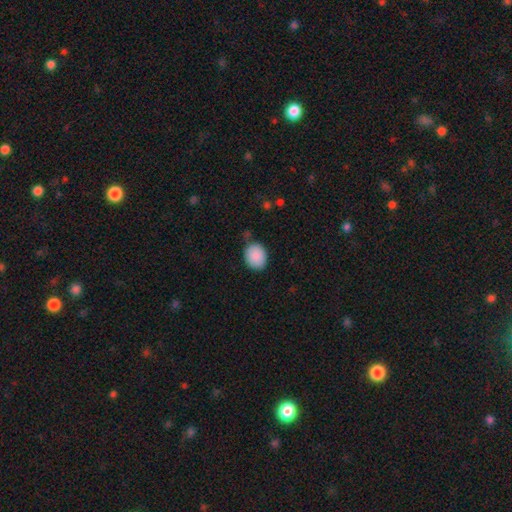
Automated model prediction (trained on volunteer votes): Smooth or featured? Predicted: smooth (p=0.89). How rounded? Predicted: in between (p=0.51). Merging? Predicted: none (p=0.74).